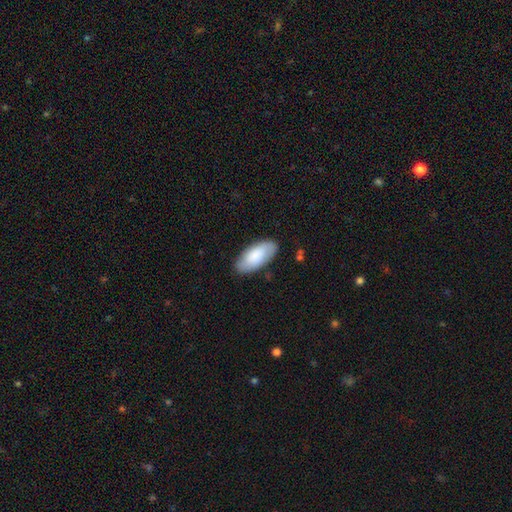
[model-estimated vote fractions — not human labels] The model was most divided on "smooth or featured": smooth: 77%, featured or disk: 17%, star or artifact: 5%. More confident: how rounded — in between (91%); merging — none (84%).